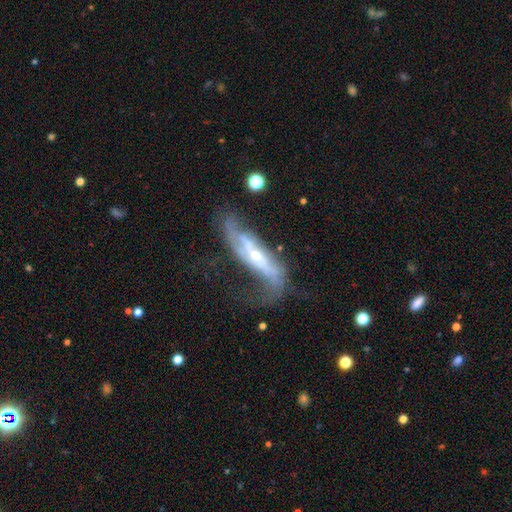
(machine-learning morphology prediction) smooth-or-featured: featured or disk: 75% | smooth: 19% | star or artifact: 7%
  disk-edge-on: no: 67% | yes: 33%
  merging: major disturbance: 37% | none: 33% | minor disturbance: 24% | merger: 6%